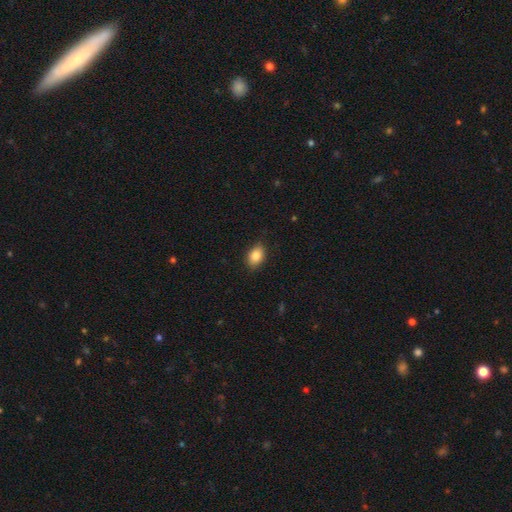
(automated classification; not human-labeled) A smooth galaxy with no disk features (85%) that is in between round and cigar-shaped (82%).

Vote fractions:
- Smooth or featured? smooth: 85% / star or artifact: 8% / featured or disk: 7%
- How rounded? in between: 82% / round: 16% / cigar-shaped: 1%
- Merging? none: 84% / minor disturbance: 12% / major disturbance: 2% / merger: 1%